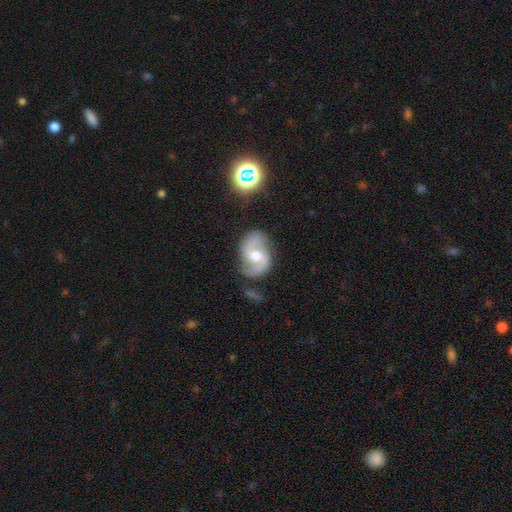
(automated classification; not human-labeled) Morphology: type=featured or disk (84%); edge-on=no (97%); bar=weak (46%); spiral arms=yes (95%); winding=medium (52%); arm count=2 (91%); bulge=moderate (73%); merging=none (75%).